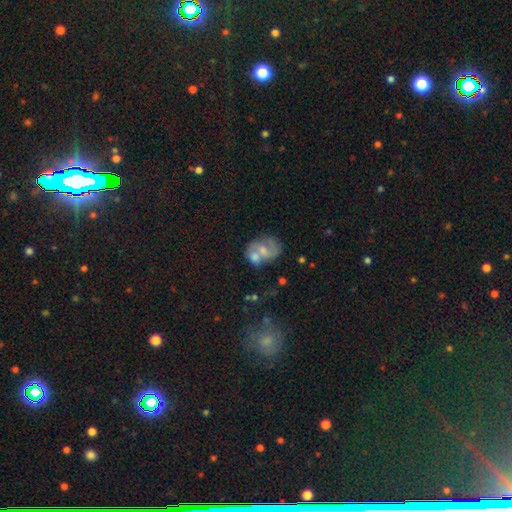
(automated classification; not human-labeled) Overall: smooth (47%; featured or disk 44%). Merging: merger (48%; none 29%).